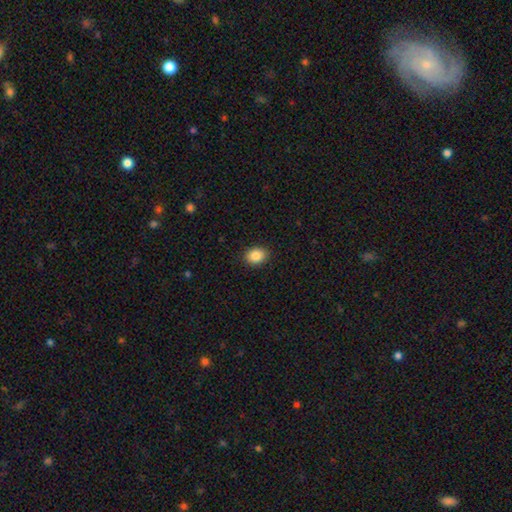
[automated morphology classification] smooth 87%, star or artifact 9%, featured or disk 4%. Down the decision tree: how rounded — in between (57%); merging — none (90%).